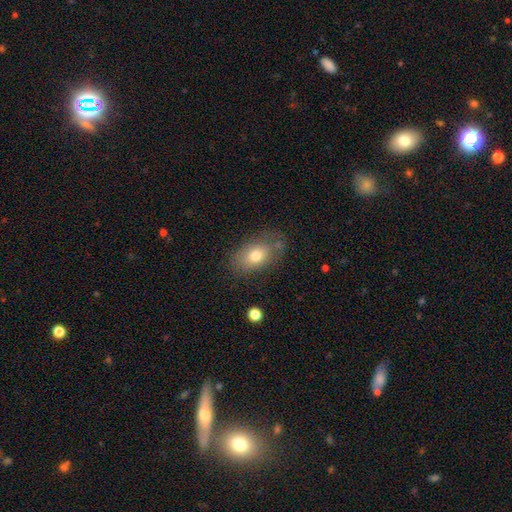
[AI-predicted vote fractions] This is likely a smooth galaxy (74%). How rounded: clearly in between (88%). Merging: likely none (68%).